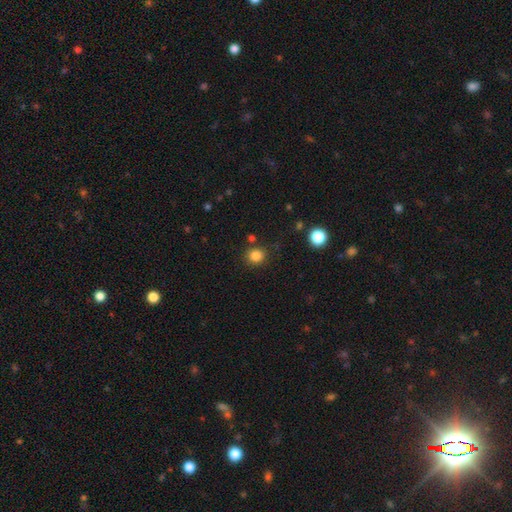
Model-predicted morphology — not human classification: This is clearly a smooth galaxy (84%). How rounded: clearly round (84%). Merging: clearly none (85%).